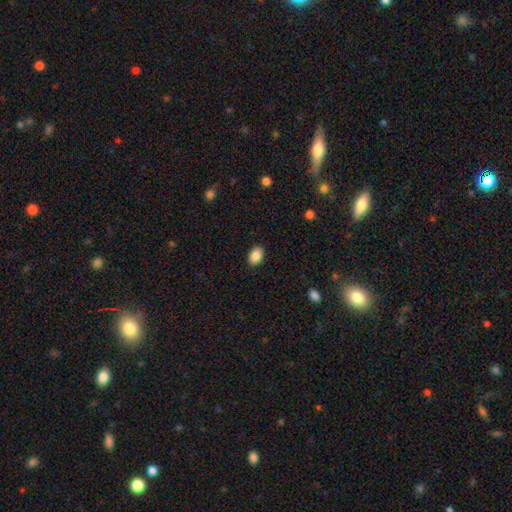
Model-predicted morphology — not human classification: A smooth galaxy with no disk features (88%) that is in between round and cigar-shaped (86%). Merging: none (89%).